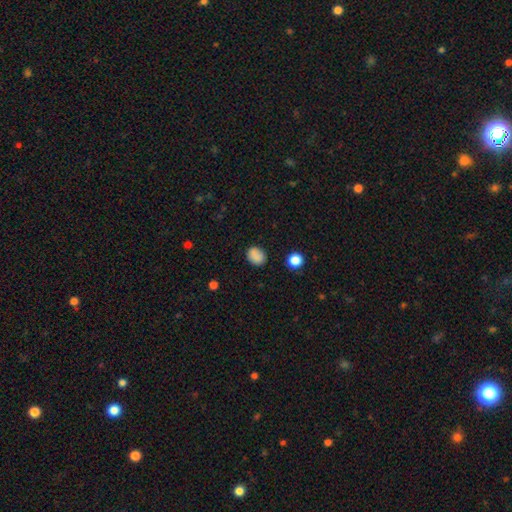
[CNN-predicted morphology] Smooth or featured: smooth — 86% (star or artifact — 10%)
How rounded: round — 57% (in between — 42%)
Merging: none — 84% (minor disturbance — 11%)